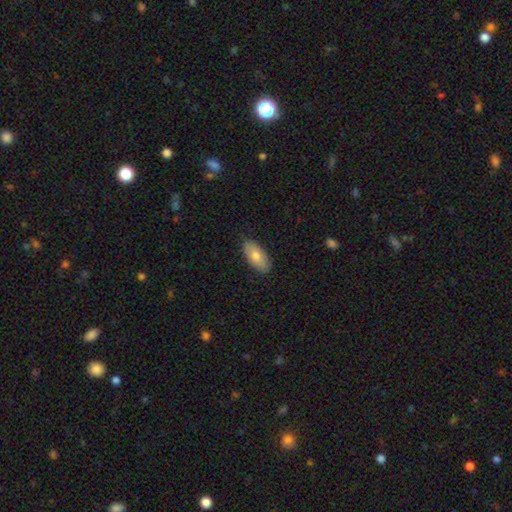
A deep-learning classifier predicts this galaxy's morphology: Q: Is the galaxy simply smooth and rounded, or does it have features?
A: smooth — 76%.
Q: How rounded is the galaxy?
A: in between — 91%.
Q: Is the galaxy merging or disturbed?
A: none — 88%.